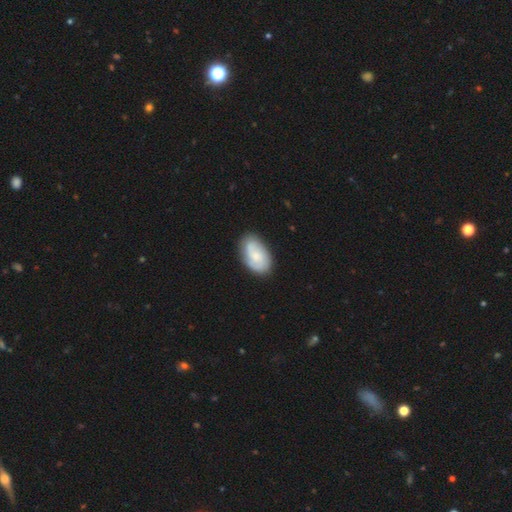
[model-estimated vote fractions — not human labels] A featured or disk galaxy (49%). Merging: none (75%).